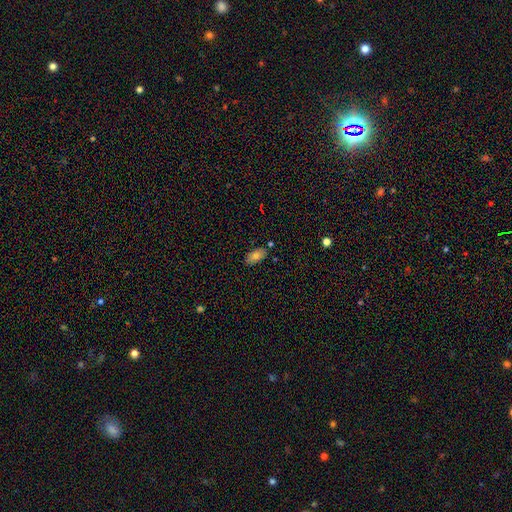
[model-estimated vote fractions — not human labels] Smooth or featured?
  - smooth: 74% *
  - featured or disk: 17%
  - star or artifact: 8%
How rounded?
  - in between: 92% *
  - cigar-shaped: 4%
  - round: 4%
Merging?
  - none: 83% *
  - minor disturbance: 12%
  - merger: 3%
  - major disturbance: 2%